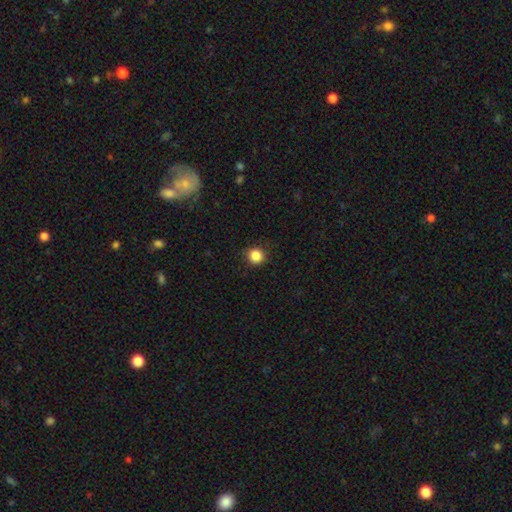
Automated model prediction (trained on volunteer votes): This appears to be a smooth galaxy with no disk features (86%) that is round (93%). Merging: none (89%).